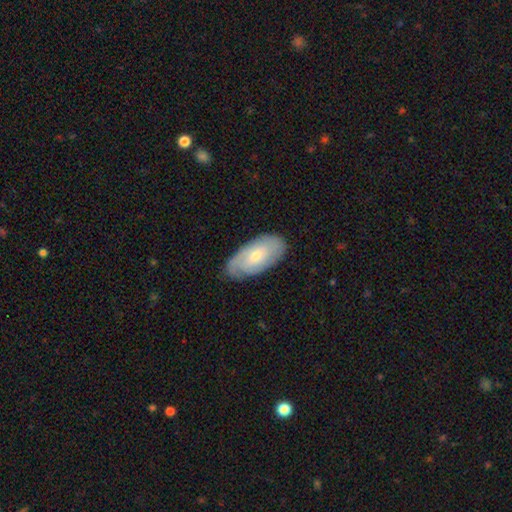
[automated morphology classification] smooth_or_featured: featured or disk (p=0.52) [alt: smooth p=0.42]
disk_edge_on: no (p=0.91) [alt: yes p=0.09]
merging: none (p=0.76) [alt: minor disturbance p=0.19]